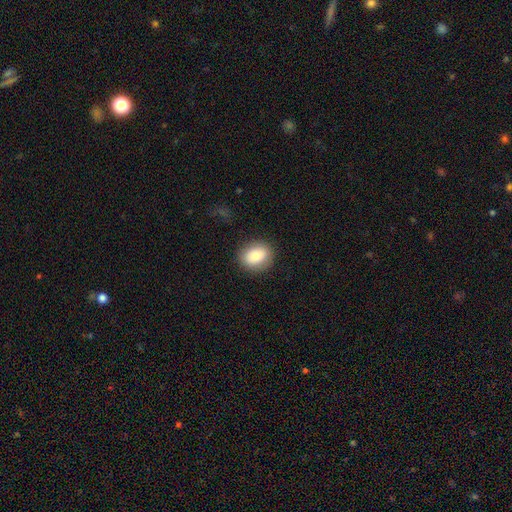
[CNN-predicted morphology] smooth_or_featured: smooth (p=0.82) [alt: featured or disk p=0.10]
how_rounded: round (p=0.51) [alt: in between p=0.48]
merging: none (p=0.86) [alt: minor disturbance p=0.09]